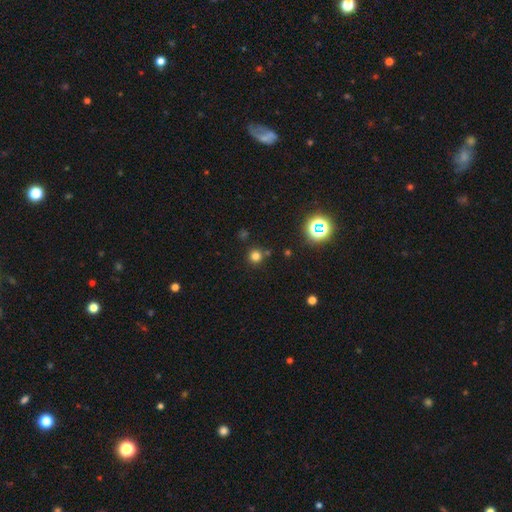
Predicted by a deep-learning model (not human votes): Overall: smooth (72%). How rounded: round (94%). Merging: none (82%).